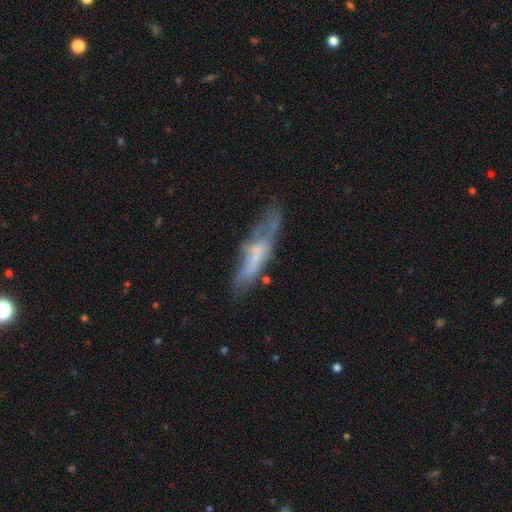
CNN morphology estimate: featured or disk 50%, smooth 41%, star or artifact 9%. Down the decision tree: merging — none (48%).